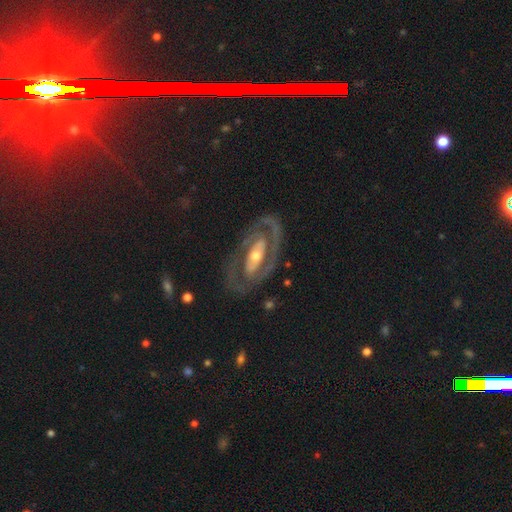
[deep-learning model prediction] Morphology: type=featured or disk (86%); edge-on=no (93%); bar=no (38%); spiral arms=yes (81%); winding=tight (52%); arm count=2 (77%); bulge=moderate (54%); merging=none (76%).